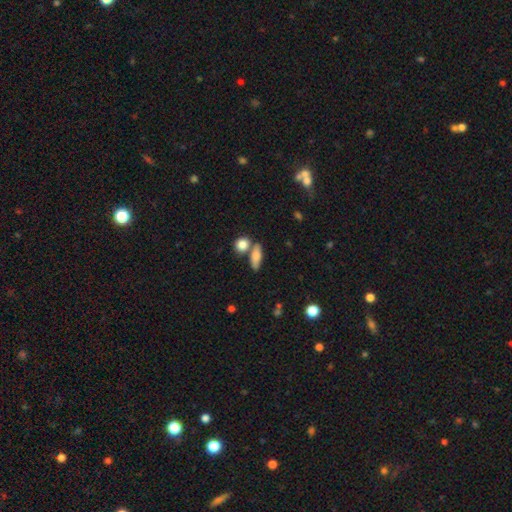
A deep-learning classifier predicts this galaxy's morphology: Smooth or featured: smooth — 79% (featured or disk — 13%)
How rounded: in between — 58% (cigar-shaped — 26%)
Merging: none — 58% (merger — 24%)